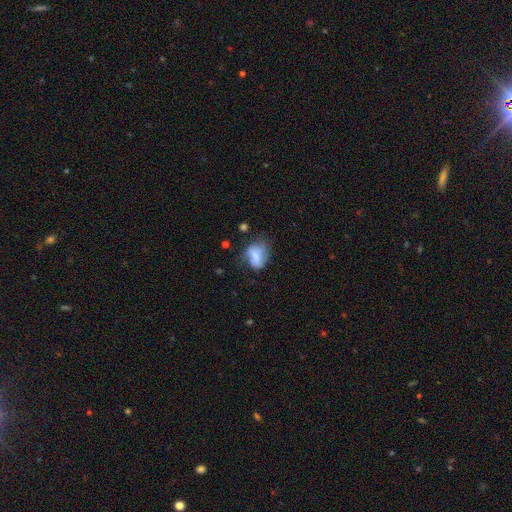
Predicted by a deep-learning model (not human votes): Q: Smooth or featured?
A: smooth (64%); runner-up: featured or disk (26%)
Q: How rounded?
A: in between (72%); runner-up: round (26%)
Q: Merging?
A: none (39%); runner-up: minor disturbance (33%)